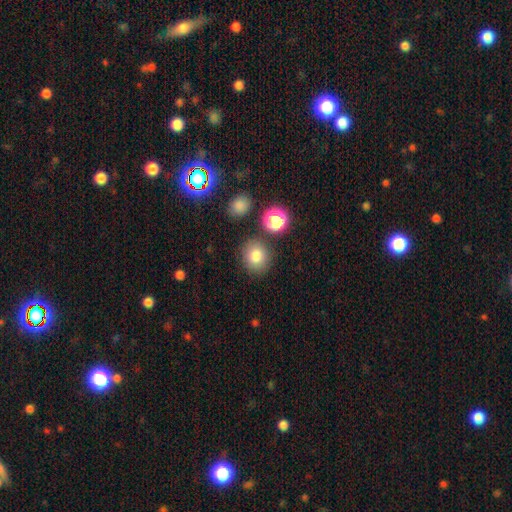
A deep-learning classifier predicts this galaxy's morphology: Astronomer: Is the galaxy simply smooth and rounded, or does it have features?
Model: smooth — 80%.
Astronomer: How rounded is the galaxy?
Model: round — 81%.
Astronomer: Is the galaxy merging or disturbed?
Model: none — 81%.